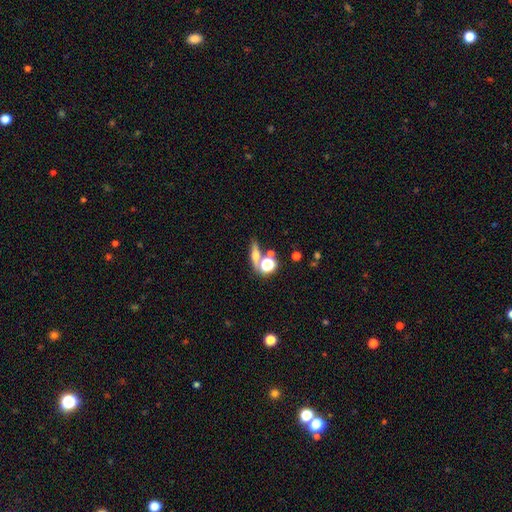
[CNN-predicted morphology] Smooth or featured? smooth (50%)
How rounded? cigar-shaped (37%)
Merging? none (63%)